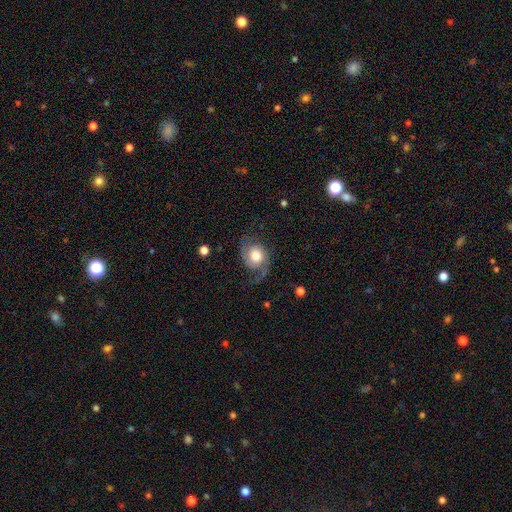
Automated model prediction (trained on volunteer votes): Overall: featured or disk (69%). Edge-on disk: no (97%). Bar: no (73%). Spiral arms: yes (93%). Spiral arm count: 2 (81%). Spiral winding: loose (49%; medium 38%). Bulge size: moderate (45%; large 39%). Merging: none (60%; minor disturbance 20%).